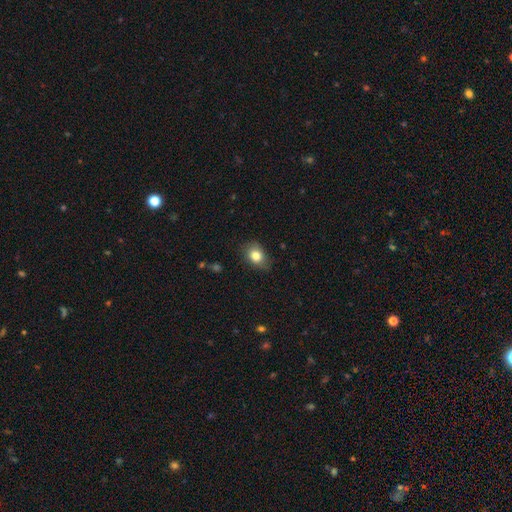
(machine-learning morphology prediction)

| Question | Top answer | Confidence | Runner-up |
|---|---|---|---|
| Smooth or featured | smooth | 82% | featured or disk (9%) |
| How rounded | in between | 62% | round (37%) |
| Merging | none | 76% | minor disturbance (19%) |